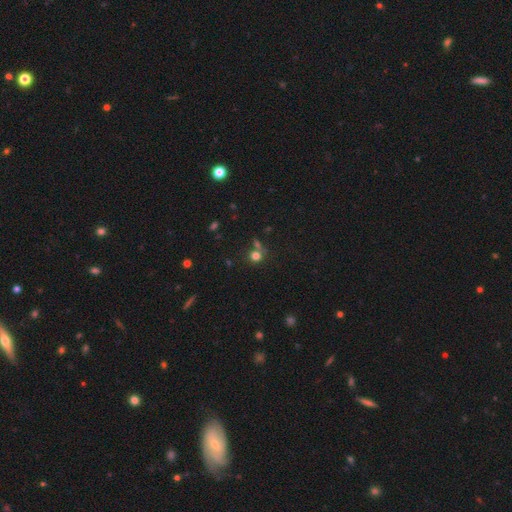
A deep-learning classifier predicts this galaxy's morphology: A smooth galaxy with no disk features (73%) that is round (88%).

Vote fractions:
- Smooth or featured? smooth: 73% / star or artifact: 19% / featured or disk: 8%
- How rounded? round: 88% / in between: 11% / cigar-shaped: 1%
- Merging? none: 63% / merger: 23% / minor disturbance: 10% / major disturbance: 5%